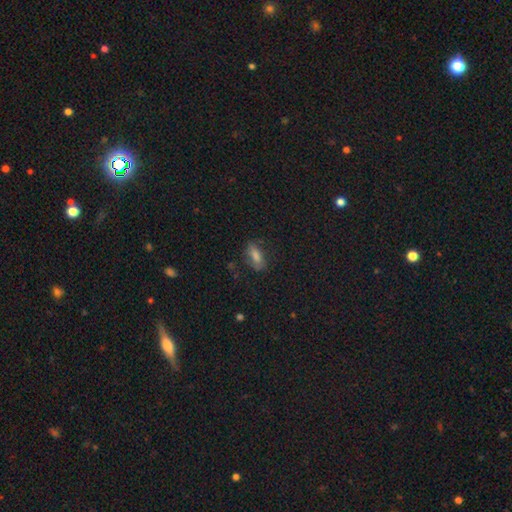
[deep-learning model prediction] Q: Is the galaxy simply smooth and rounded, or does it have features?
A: smooth — 64%.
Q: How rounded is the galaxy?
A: in between — 74%.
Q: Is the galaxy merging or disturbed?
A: none — 75%.